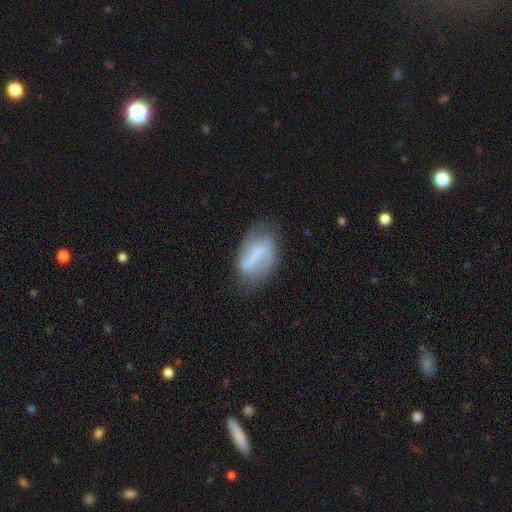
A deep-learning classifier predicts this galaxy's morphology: A featured or disk galaxy (54%) with a strong bar (50%), spiral arms (57%) and no central bulge (48%). Merging: none (59%).